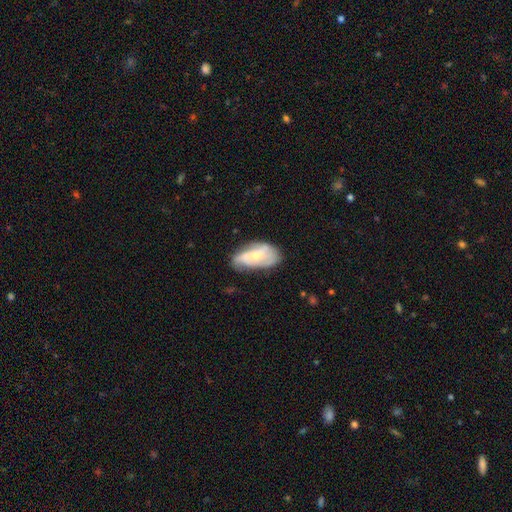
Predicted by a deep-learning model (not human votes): featured or disk 54%, smooth 39%, star or artifact 7%. Down the decision tree: edge-on disk — no (93%); bar — no (63%); spiral arms — yes (70%); bulge size — small (56%); merging — none (53%).